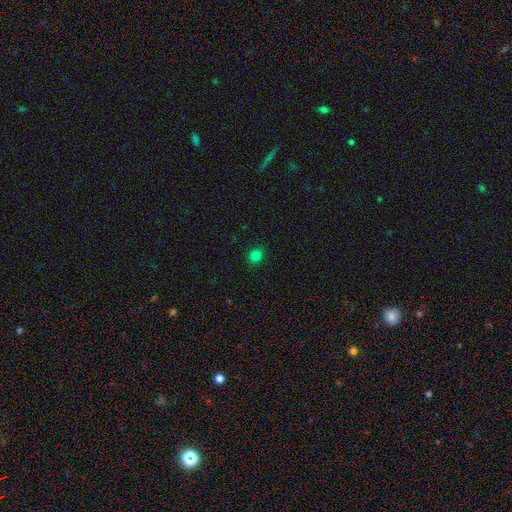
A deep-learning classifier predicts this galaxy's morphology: Smooth or featured?
  - smooth: 81% *
  - star or artifact: 16%
  - featured or disk: 4%
How rounded?
  - round: 91% *
  - in between: 8%
  - cigar-shaped: 1%
Merging?
  - none: 91% *
  - minor disturbance: 6%
  - major disturbance: 2%
  - merger: 1%